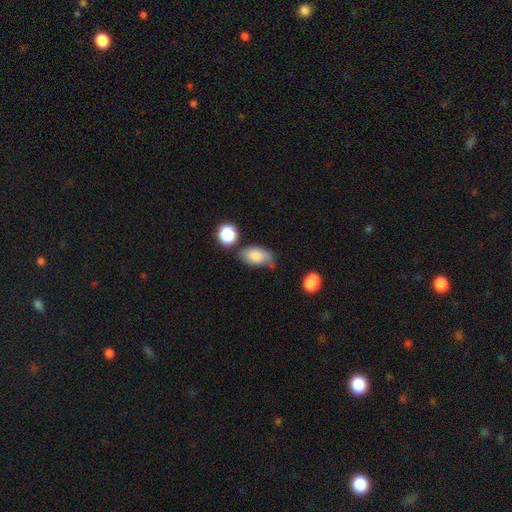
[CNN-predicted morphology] This is clearly a smooth galaxy (80%). How rounded: clearly in between (91%). Merging: possibly none (52%).